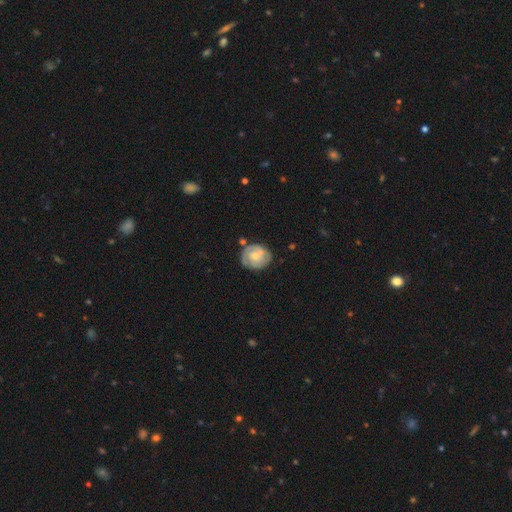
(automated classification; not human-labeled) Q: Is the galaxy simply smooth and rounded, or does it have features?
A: featured or disk — 66%.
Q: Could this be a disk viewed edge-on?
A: no — 98%.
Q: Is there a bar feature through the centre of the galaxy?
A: no — 72%.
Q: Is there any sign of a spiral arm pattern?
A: yes — 89%.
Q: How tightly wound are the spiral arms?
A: tight — 64%.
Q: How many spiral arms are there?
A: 2 — 36%.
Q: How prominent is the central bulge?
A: small — 52%.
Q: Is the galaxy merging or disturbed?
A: none — 71%.